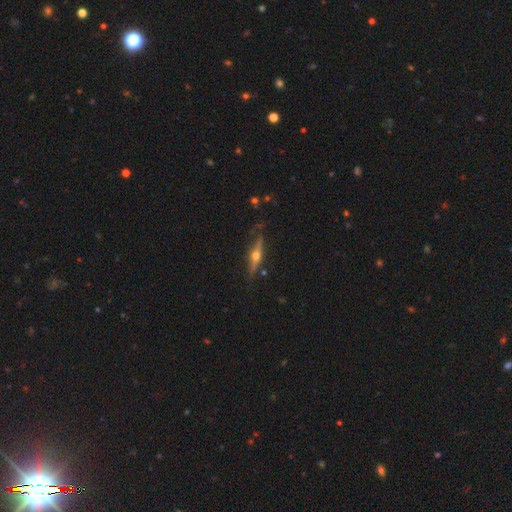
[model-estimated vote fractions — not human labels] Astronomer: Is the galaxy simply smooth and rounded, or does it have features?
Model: featured or disk — 73%.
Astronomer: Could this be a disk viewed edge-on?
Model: yes — 96%.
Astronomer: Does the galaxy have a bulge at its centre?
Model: rounded — 95%.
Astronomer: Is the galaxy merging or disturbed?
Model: none — 81%.